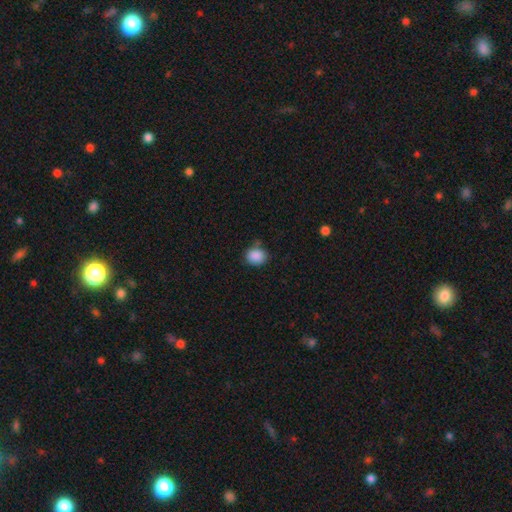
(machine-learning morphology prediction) A smooth galaxy with no disk features (88%) that is round (59%). Merging: none (78%).